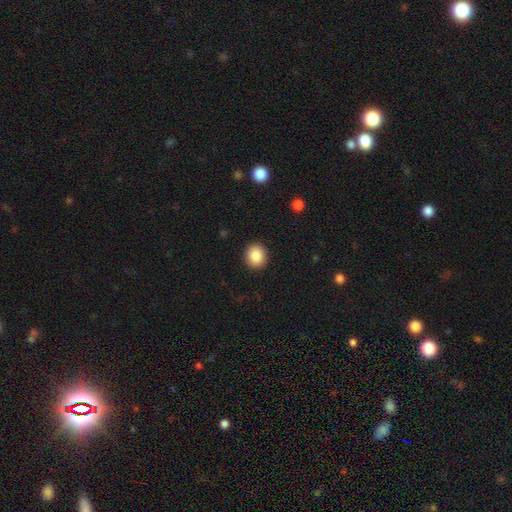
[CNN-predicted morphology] This is clearly a smooth galaxy (87%). How rounded: clearly round (81%). Merging: clearly none (92%).